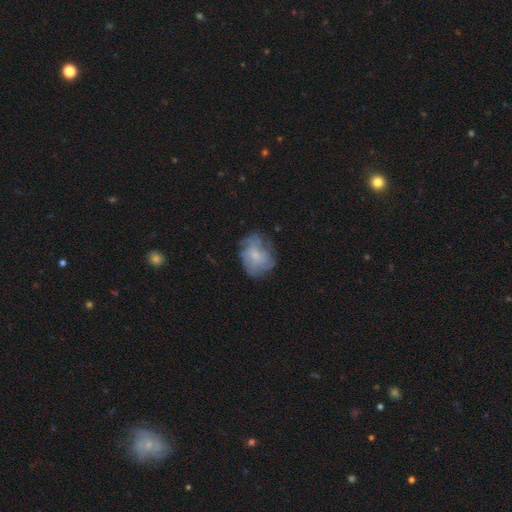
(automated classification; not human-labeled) The model was most divided on "smooth or featured": featured or disk: 49%, smooth: 42%, star or artifact: 10%. More confident: merging — none (60%).